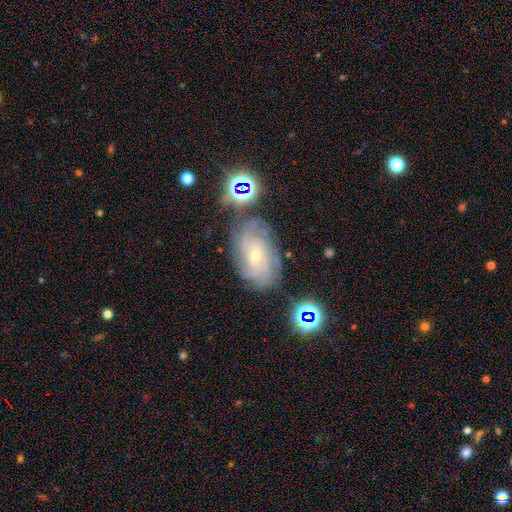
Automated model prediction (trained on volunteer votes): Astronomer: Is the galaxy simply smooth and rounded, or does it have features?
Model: featured or disk — 78%.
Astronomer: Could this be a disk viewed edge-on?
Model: no — 95%.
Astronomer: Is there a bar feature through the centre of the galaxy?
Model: no — 62%.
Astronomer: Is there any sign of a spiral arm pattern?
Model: yes — 95%.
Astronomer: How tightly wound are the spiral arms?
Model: tight — 68%.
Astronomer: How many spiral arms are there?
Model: can't tell — 34% (runner-up: 4, 23%).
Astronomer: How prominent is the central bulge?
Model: small — 66%.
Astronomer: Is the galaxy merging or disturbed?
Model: none — 73%.